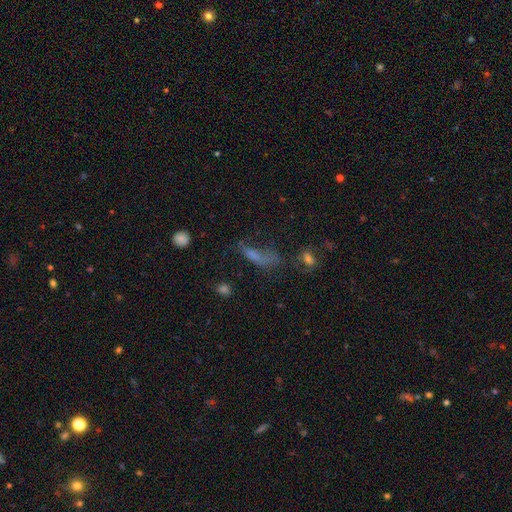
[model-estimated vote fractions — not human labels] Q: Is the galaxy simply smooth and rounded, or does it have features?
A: smooth — 54%.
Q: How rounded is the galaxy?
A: in between — 49%.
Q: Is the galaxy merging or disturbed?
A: major disturbance — 39%.